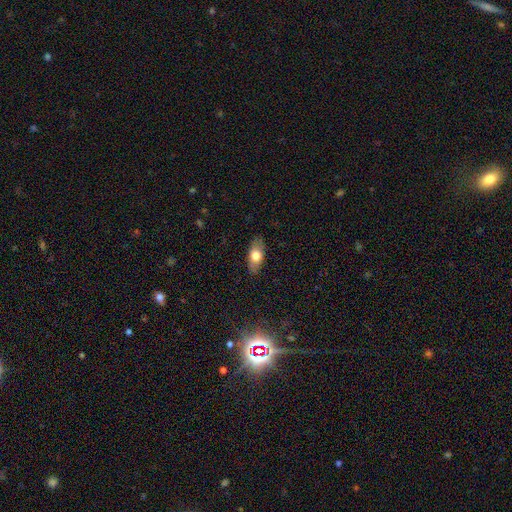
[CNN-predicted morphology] The model was most divided on "smooth or featured": smooth: 68%, featured or disk: 25%, star or artifact: 7%. More confident: how rounded — in between (85%); merging — none (84%).